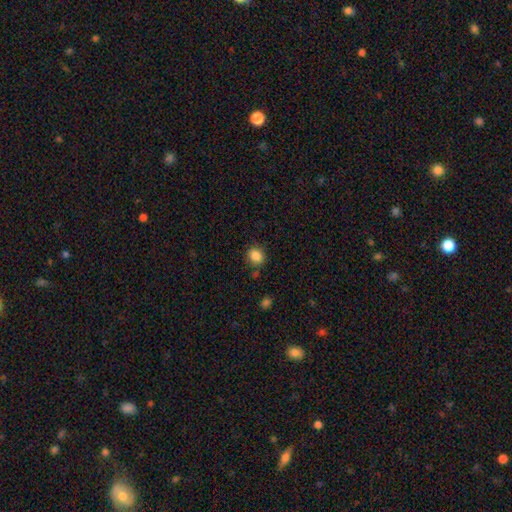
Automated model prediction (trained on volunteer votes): Smooth or featured? Predicted: smooth (p=0.86). How rounded? Predicted: round (p=0.64). Merging? Predicted: none (p=0.80).